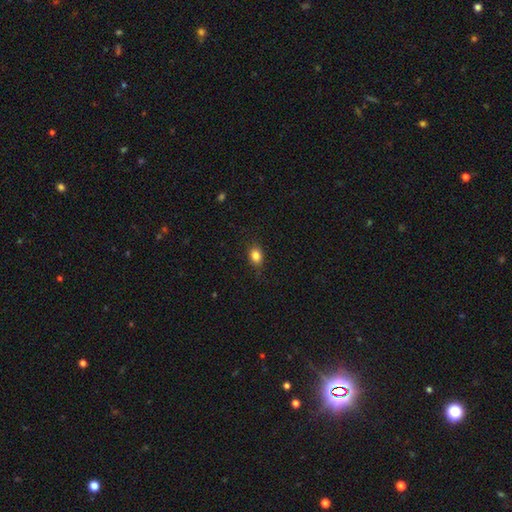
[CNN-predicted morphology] This appears to be a smooth galaxy with no disk features (84%) that is in between round and cigar-shaped (67%). Merging: none (84%).